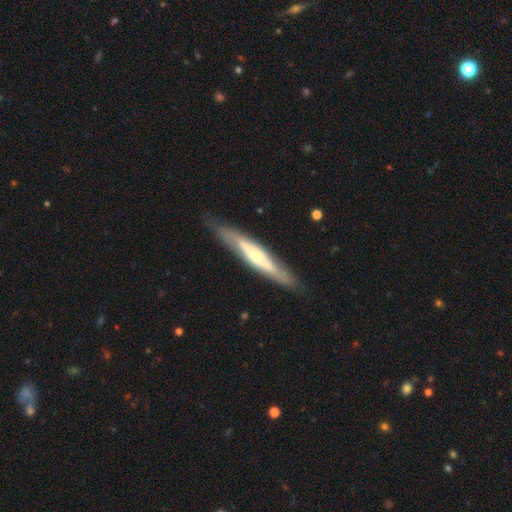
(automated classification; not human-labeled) A featured or disk galaxy (60%) viewed edge-on (80%). Merging: none (79%).